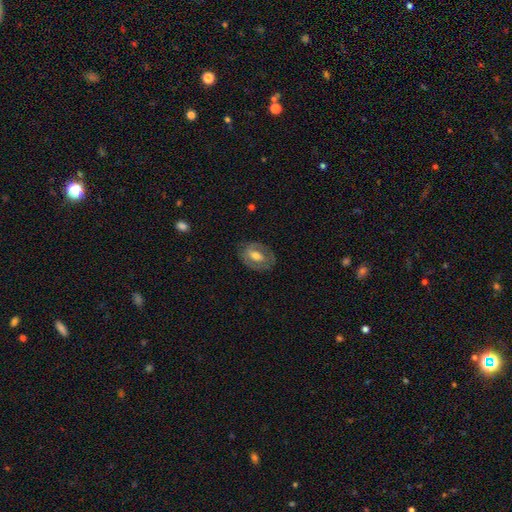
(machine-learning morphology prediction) Overall: featured or disk (52%; smooth 41%). Edge-on disk: no (93%). Merging: none (75%).